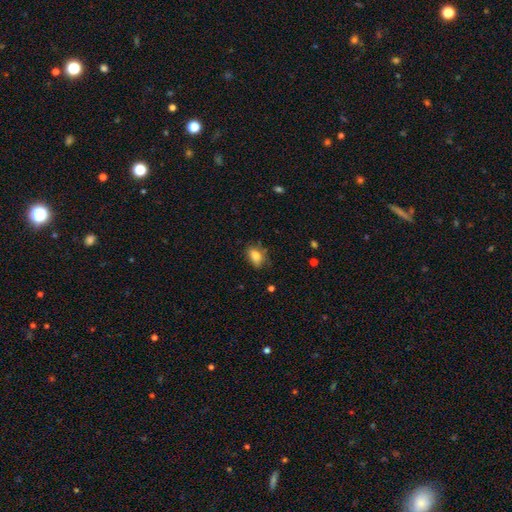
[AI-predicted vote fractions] smooth_or_featured: smooth (p=0.81) [alt: featured or disk p=0.10]
how_rounded: in between (p=0.83) [alt: round p=0.13]
merging: none (p=0.66) [alt: minor disturbance p=0.25]